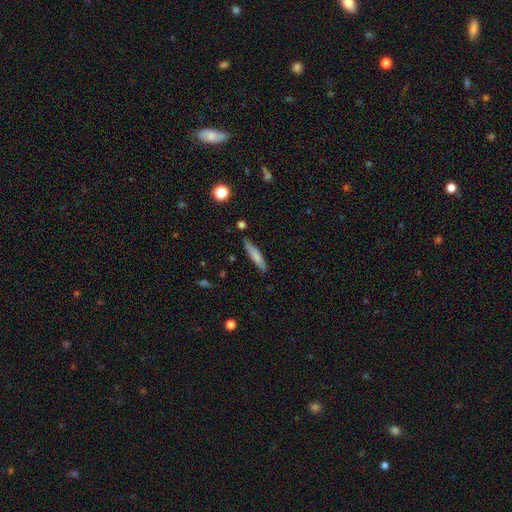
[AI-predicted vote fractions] This appears to be a smooth galaxy with no disk features (72%) that is cigar-shaped (87%). Merging: none (82%).